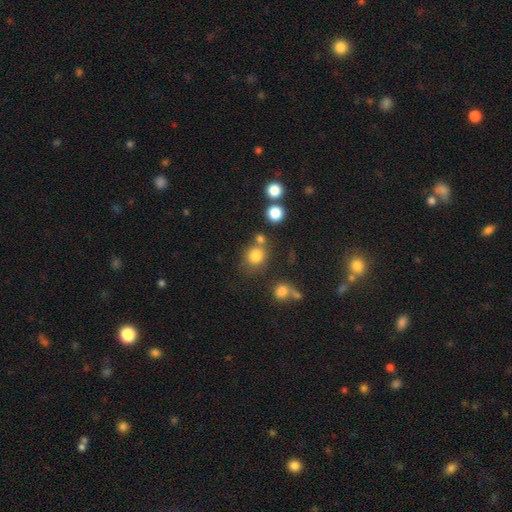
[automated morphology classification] type=smooth (80%); roundness=round (77%); merging=none (65%).